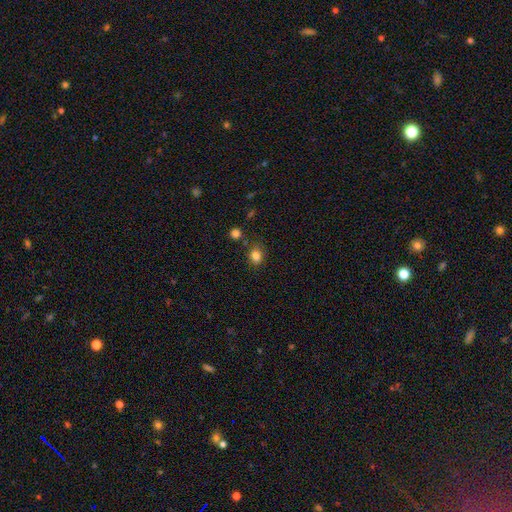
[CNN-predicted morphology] This appears to be a smooth galaxy with no disk features (82%) that is in between round and cigar-shaped (56%). Merging: none (73%).